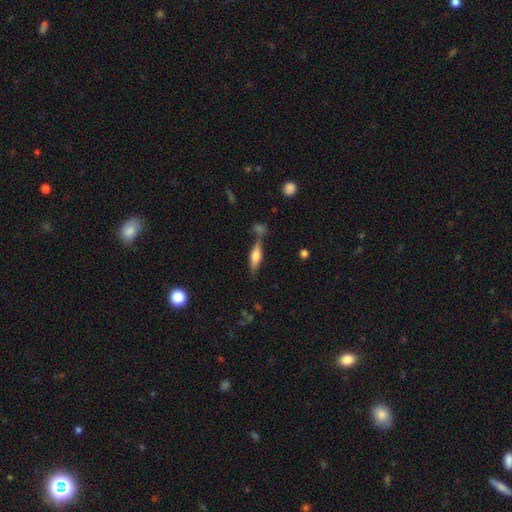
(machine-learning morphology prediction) Smooth or featured: featured or disk — 52% (smooth — 41%)
Edge-on disk: yes — 93% (no — 7%)
Merging: none — 67% (merger — 15%)